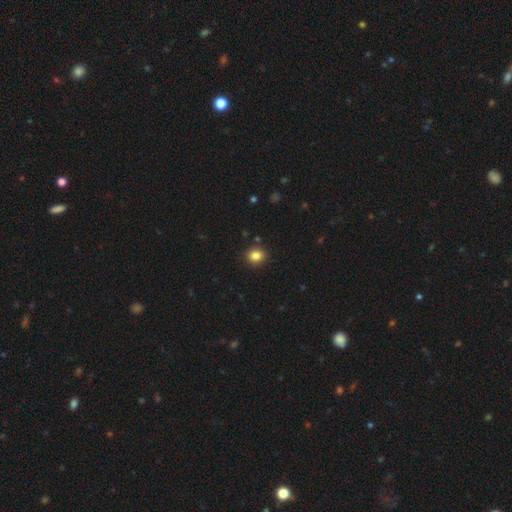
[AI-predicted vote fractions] smooth_or_featured: smooth (p=0.84) [alt: star or artifact p=0.11]
how_rounded: round (p=0.76) [alt: in between p=0.23]
merging: none (p=0.90) [alt: minor disturbance p=0.06]